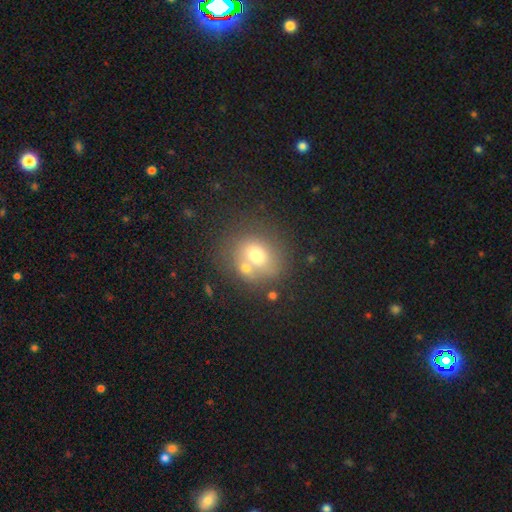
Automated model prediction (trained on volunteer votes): smooth_or_featured: smooth (p=0.67) [alt: featured or disk p=0.21]
how_rounded: round (p=0.68) [alt: in between p=0.31]
merging: none (p=0.51) [alt: merger p=0.30]